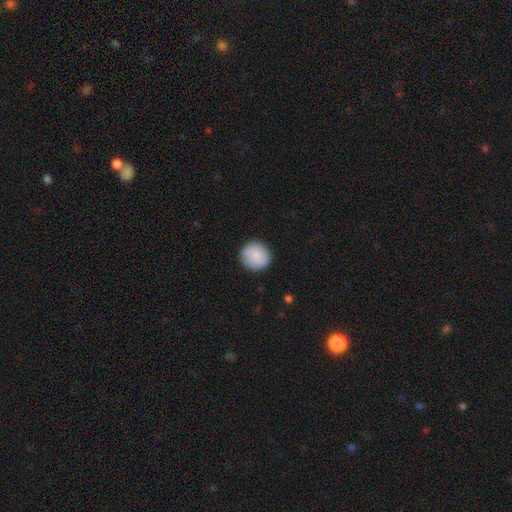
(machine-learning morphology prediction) Smooth or featured: smooth — 86% (featured or disk — 8%)
How rounded: round — 94% (in between — 5%)
Merging: none — 90% (minor disturbance — 7%)